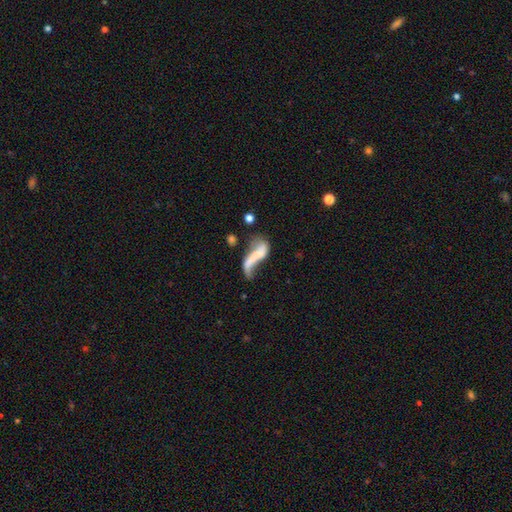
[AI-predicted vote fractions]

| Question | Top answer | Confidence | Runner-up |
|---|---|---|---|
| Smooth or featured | featured or disk | 47% | smooth (43%) |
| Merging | major disturbance | 39% | merger (23%) |